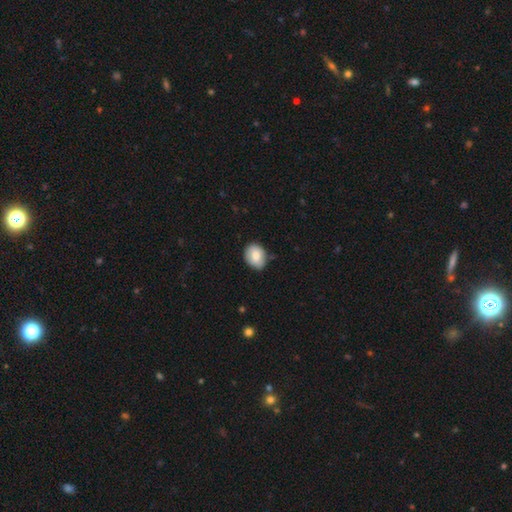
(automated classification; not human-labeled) smooth_or_featured: smooth (p=0.79) [alt: featured or disk p=0.14]
how_rounded: in between (p=0.54) [alt: round p=0.45]
merging: none (p=0.79) [alt: minor disturbance p=0.17]